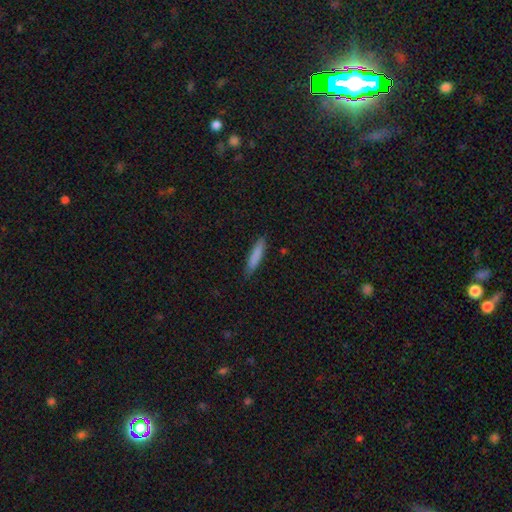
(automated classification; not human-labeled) Smooth or featured?
  - smooth: 82% *
  - featured or disk: 12%
  - star or artifact: 6%
How rounded?
  - cigar-shaped: 86% *
  - in between: 13%
  - round: 1%
Merging?
  - none: 85% *
  - minor disturbance: 12%
  - major disturbance: 2%
  - merger: 1%